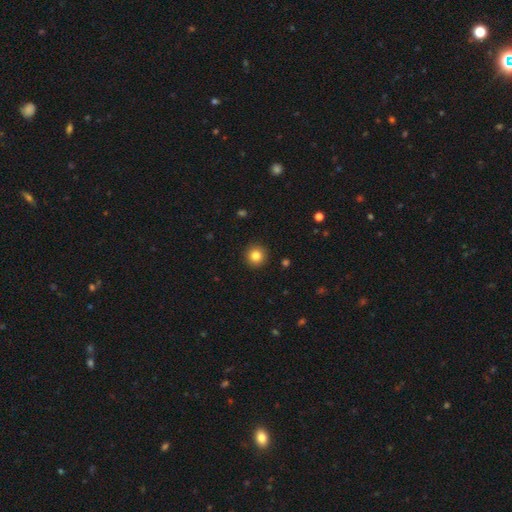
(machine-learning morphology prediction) Overall: smooth (83%). How rounded: round (94%). Merging: none (93%).